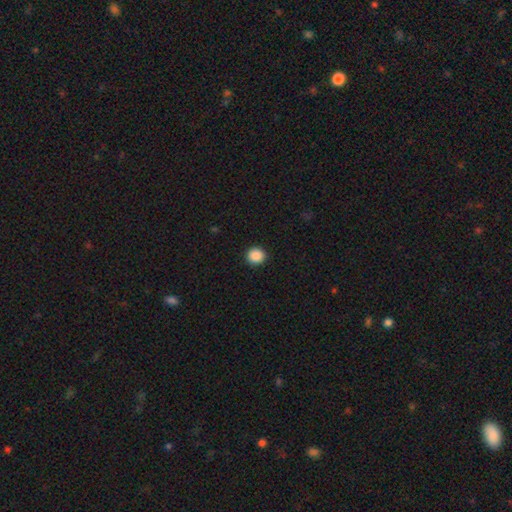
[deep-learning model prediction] Smooth or featured: smooth — 89% (star or artifact — 9%)
How rounded: round — 92% (in between — 8%)
Merging: none — 93% (minor disturbance — 5%)